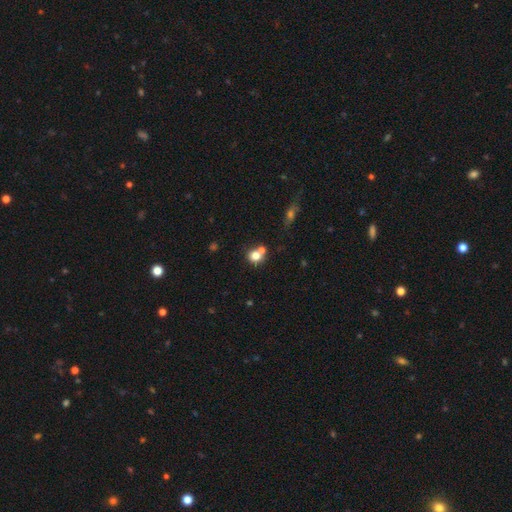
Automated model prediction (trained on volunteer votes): Smooth or featured? Predicted: smooth (p=0.78). How rounded? Predicted: round (p=0.82). Merging? Predicted: none (p=0.52).